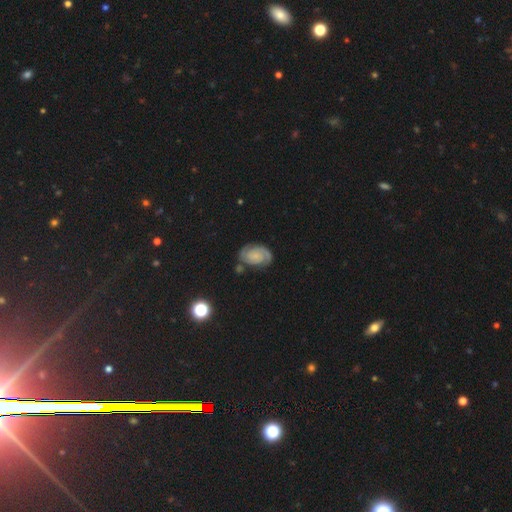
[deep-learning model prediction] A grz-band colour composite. It shows a featured or disk galaxy (78%) with no bar (67%), 2 (85%) tight (60%) spiral arms (97%) and a small central bulge (42%). Merging: none (75%).